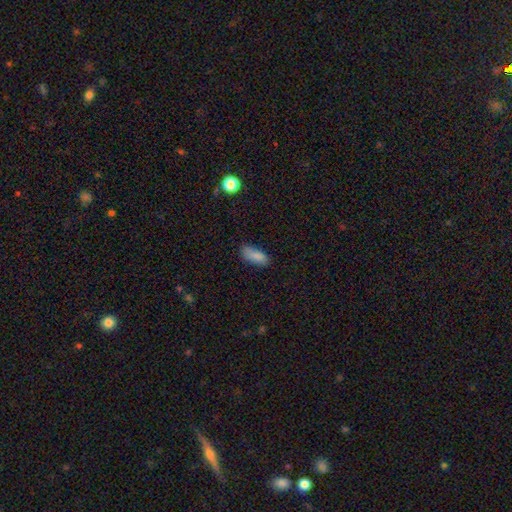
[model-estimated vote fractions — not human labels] This appears to be a smooth galaxy with no disk features (85%) that is in between round and cigar-shaped (82%). Merging: none (75%).